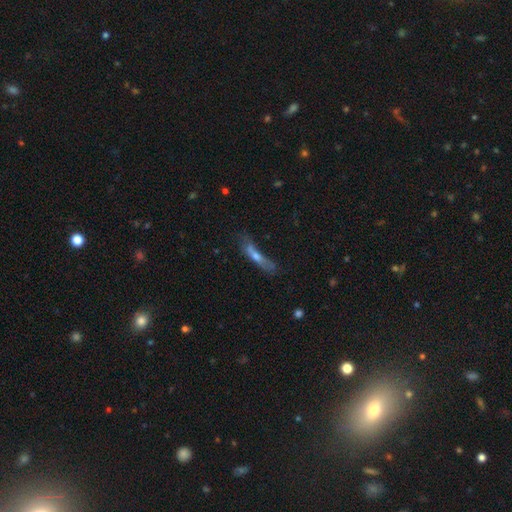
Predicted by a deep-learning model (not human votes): Smooth or featured? Predicted: smooth (p=0.48). Merging? Predicted: none (p=0.41).